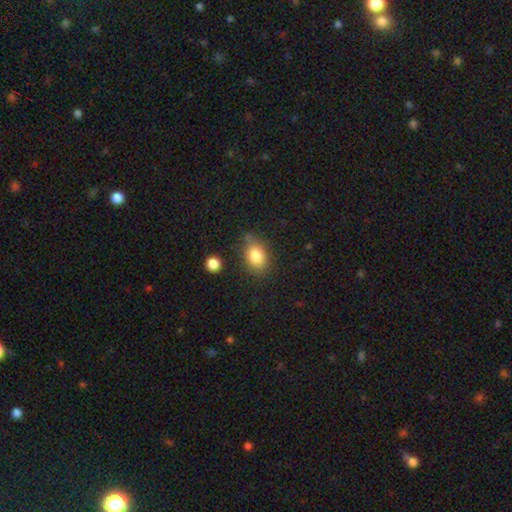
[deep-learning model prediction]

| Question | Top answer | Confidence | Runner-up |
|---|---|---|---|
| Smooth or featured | smooth | 84% | star or artifact (8%) |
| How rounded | in between | 74% | round (25%) |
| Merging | none | 72% | minor disturbance (18%) |